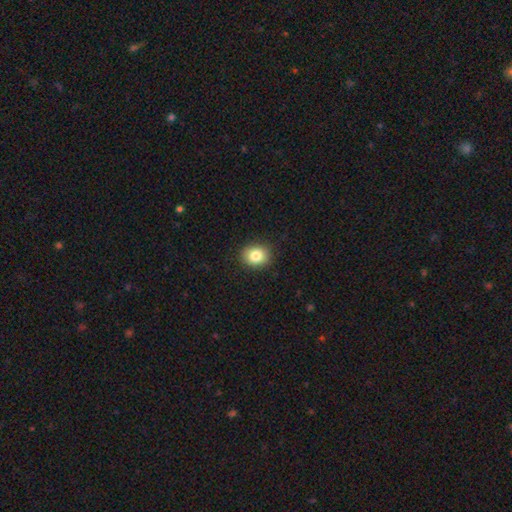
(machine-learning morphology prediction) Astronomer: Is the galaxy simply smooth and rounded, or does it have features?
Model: smooth — 83%.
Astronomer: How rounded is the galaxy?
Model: round — 60% (runner-up: in between, 40%).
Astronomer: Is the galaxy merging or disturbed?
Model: none — 89%.